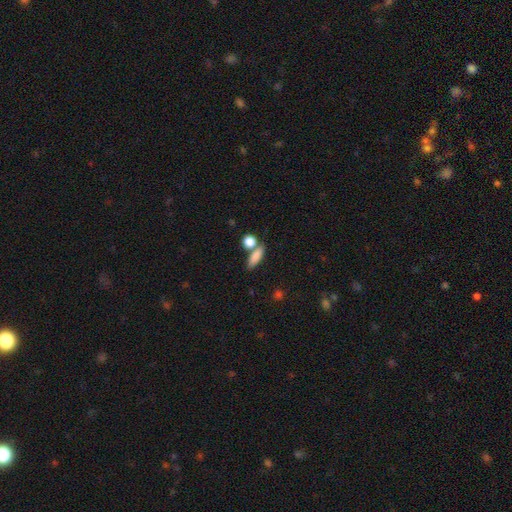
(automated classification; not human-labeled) smooth-or-featured: smooth: 82% | featured or disk: 9% | star or artifact: 8%
  how-rounded: in between: 56% | cigar-shaped: 32% | round: 12%
  merging: none: 58% | merger: 25% | minor disturbance: 12% | major disturbance: 5%